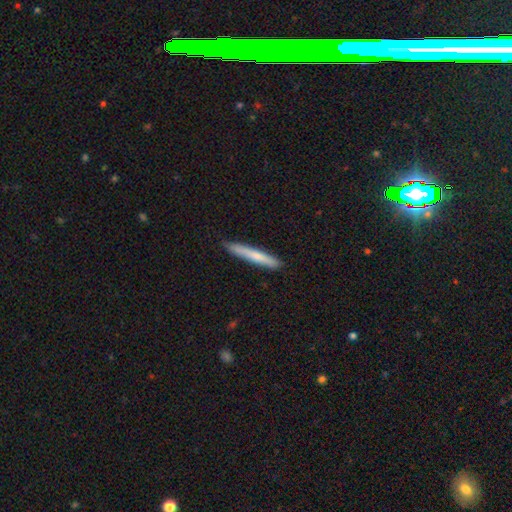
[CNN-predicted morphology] Smooth or featured? smooth (65%)
How rounded? cigar-shaped (96%)
Merging? none (88%)